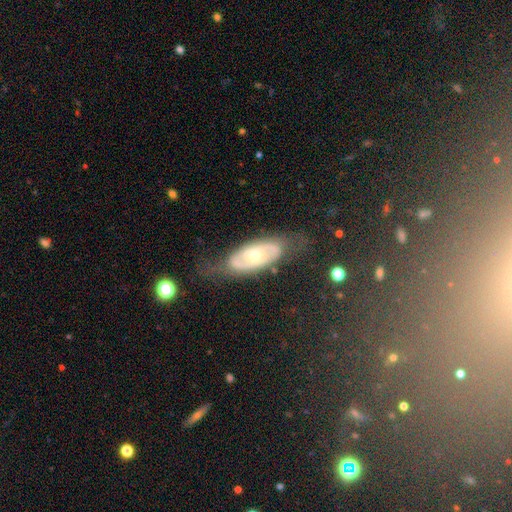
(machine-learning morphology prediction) Overall: featured or disk (70%). Edge-on disk: no (89%). Bar: no (64%; weak 26%). Spiral arms: yes (72%). Bulge size: moderate (48%; small 47%). Merging: none (59%; minor disturbance 24%).